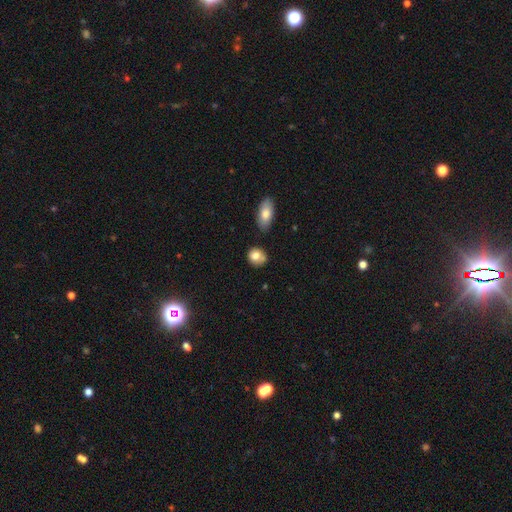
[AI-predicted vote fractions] This appears to be a smooth galaxy with no disk features (79%) that is round (59%). Merging: none (56%).